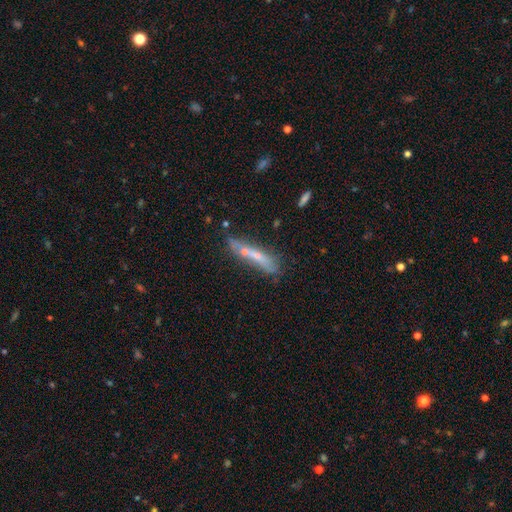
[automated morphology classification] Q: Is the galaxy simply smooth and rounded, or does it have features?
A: featured or disk — 48%.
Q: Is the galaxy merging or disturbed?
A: none — 53%.